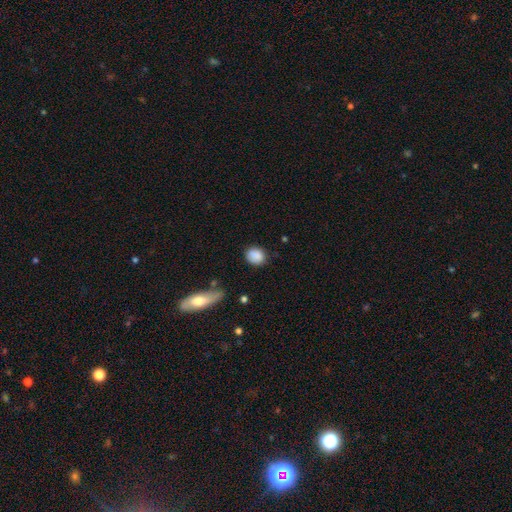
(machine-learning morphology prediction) type=smooth (87%); roundness=round (65%); merging=none (78%).